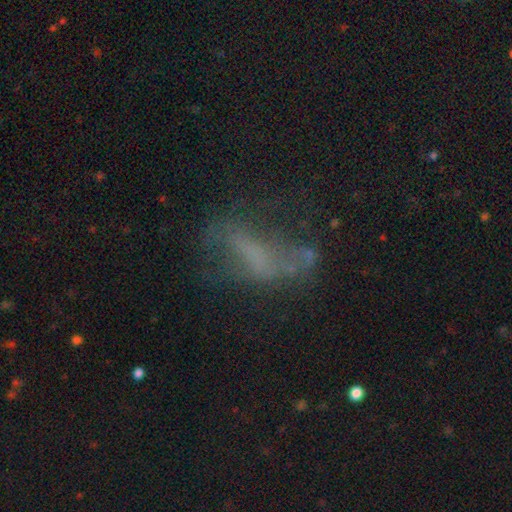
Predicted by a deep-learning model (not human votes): Smooth or featured?
  - featured or disk: 48% *
  - smooth: 32%
  - star or artifact: 20%
Merging?
  - none: 38% *
  - major disturbance: 33%
  - minor disturbance: 21%
  - merger: 7%